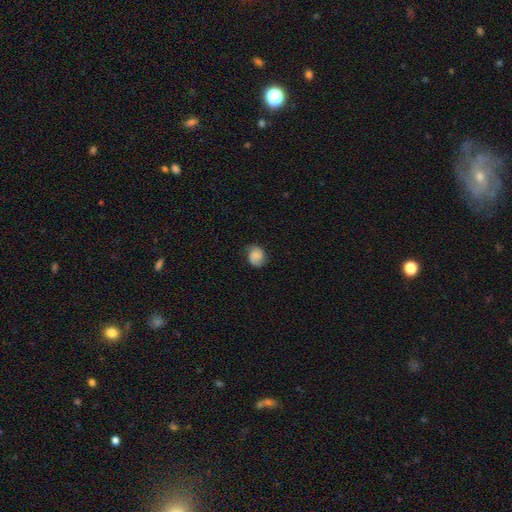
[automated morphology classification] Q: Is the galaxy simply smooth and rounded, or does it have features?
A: smooth — 57%.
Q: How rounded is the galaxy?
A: round — 64%.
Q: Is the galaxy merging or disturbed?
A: none — 74%.